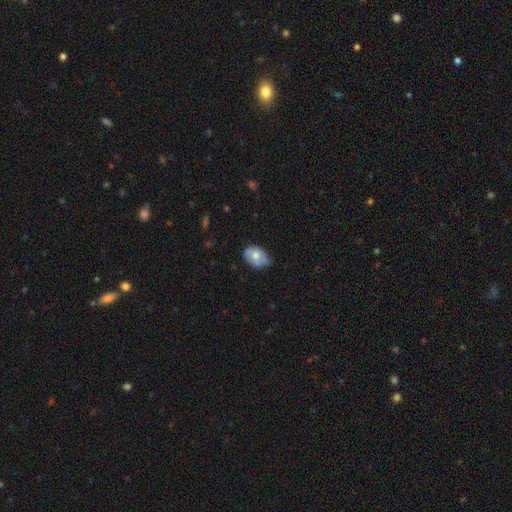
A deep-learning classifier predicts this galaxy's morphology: Overall: smooth (67%). How rounded: in between (76%). Merging: none (56%; minor disturbance 36%).